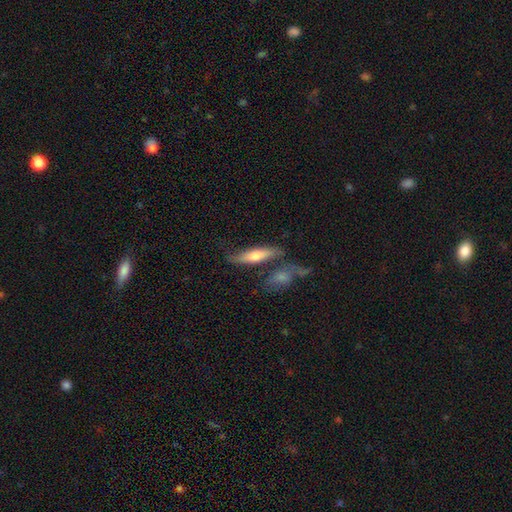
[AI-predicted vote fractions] A smooth galaxy with no disk features (52%) that is cigar-shaped (68%). Merging: none (54%).